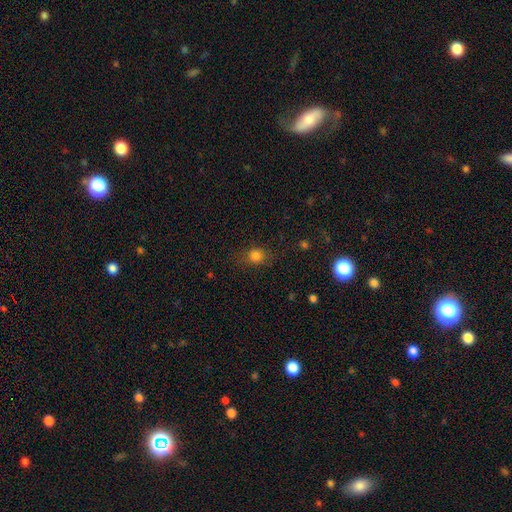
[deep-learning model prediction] Smooth or featured: smooth — 79% (star or artifact — 13%)
How rounded: round — 71% (in between — 28%)
Merging: none — 77% (minor disturbance — 16%)